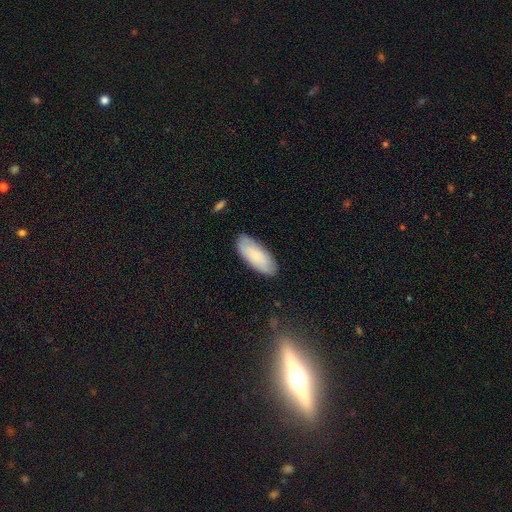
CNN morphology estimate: type=smooth (76%); roundness=in between (79%); merging=none (83%).